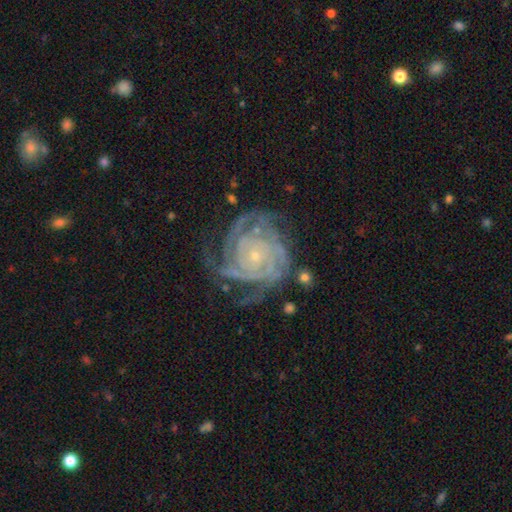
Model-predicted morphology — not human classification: Smooth or featured? Predicted: featured or disk (p=0.91). Edge-on disk? Predicted: no (p=0.98). Bar? Predicted: no (p=0.79). Spiral arms? Predicted: yes (p=0.98). Spiral winding? Predicted: tight (p=0.79). Spiral arm count? Predicted: 4 (p=0.27, tied with 3). Bulge size? Predicted: small (p=0.83). Merging? Predicted: none (p=0.64).